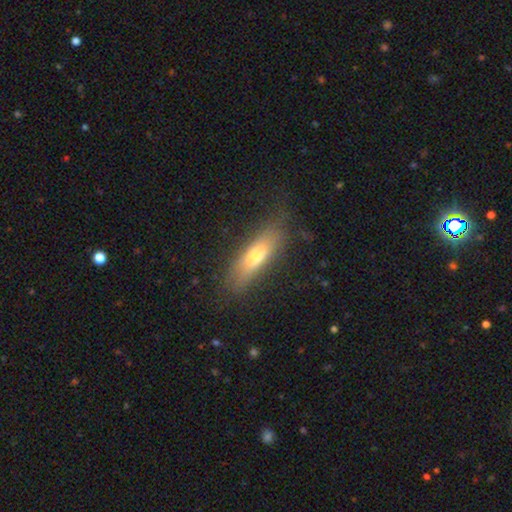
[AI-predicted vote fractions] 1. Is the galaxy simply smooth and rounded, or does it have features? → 59% smooth, 34% featured or disk, 7% star or artifact.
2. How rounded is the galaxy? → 61% cigar-shaped, 37% in between, 3% round.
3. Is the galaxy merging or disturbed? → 77% none, 17% minor disturbance, 5% major disturbance, 1% merger.